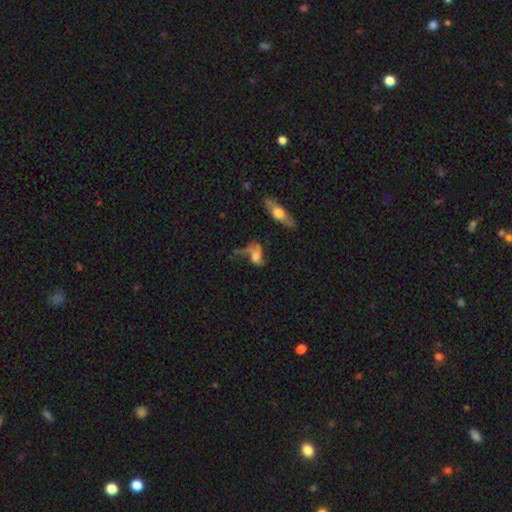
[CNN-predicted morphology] Q: Smooth or featured?
A: featured or disk (43%); runner-up: smooth (42%)
Q: Merging?
A: major disturbance (34%); runner-up: none (29%)